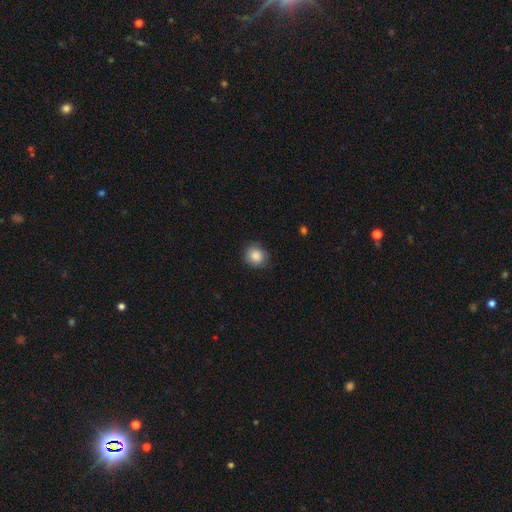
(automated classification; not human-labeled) Morphology: type=smooth (87%); roundness=round (83%); merging=none (85%).